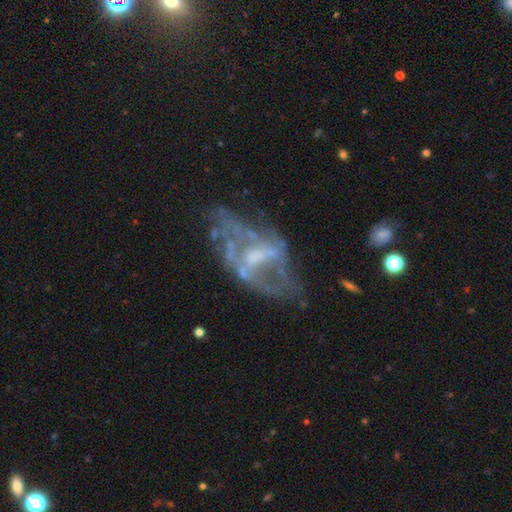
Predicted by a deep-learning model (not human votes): Morphology: type=featured or disk (77%); edge-on=no (95%); bar=no (48%); spiral arms=no (50%, tied with yes); bulge=moderate (37%); merging=none (41%).